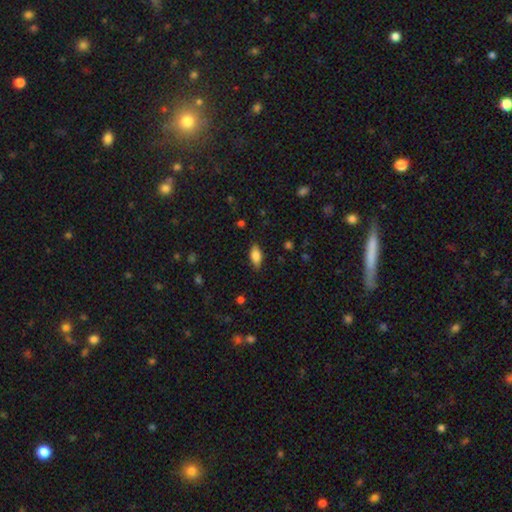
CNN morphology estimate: Smooth or featured?
  - smooth: 77% *
  - featured or disk: 15%
  - star or artifact: 7%
How rounded?
  - in between: 84% *
  - cigar-shaped: 13%
  - round: 3%
Merging?
  - none: 84% *
  - minor disturbance: 12%
  - major disturbance: 3%
  - merger: 1%